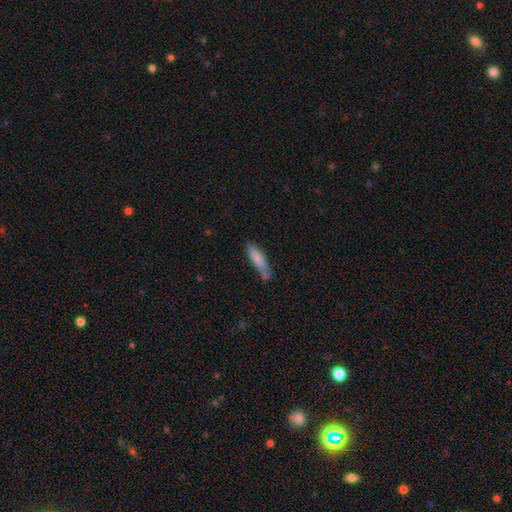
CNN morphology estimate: Smooth or featured? Predicted: smooth (p=0.52). How rounded? Predicted: cigar-shaped (p=0.64). Merging? Predicted: none (p=0.74).